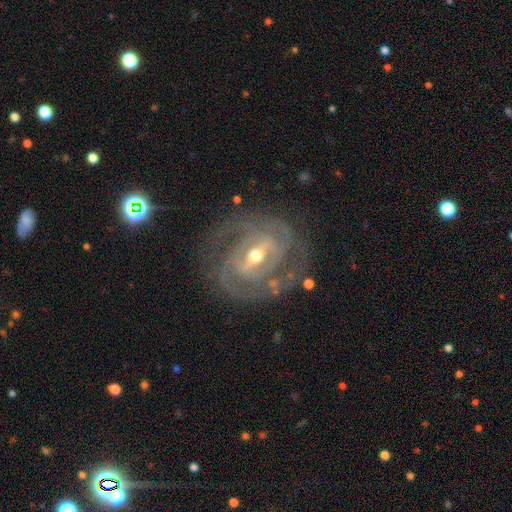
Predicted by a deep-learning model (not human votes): Smooth or featured?
  - featured or disk: 90% *
  - smooth: 5%
  - star or artifact: 5%
Edge-on disk?
  - no: 96% *
  - yes: 4%
Bar?
  - strong: 56% *
  - weak: 33%
  - no: 10%
Spiral arms?
  - yes: 95% *
  - no: 5%
Spiral winding?
  - tight: 62% *
  - medium: 32%
  - loose: 6%
Spiral arm count?
  - 2: 48% *
  - 3: 23%
  - can't tell: 16%
  - 4: 6%
  - 1: 4%
  - more than 4: 4%
Bulge size?
  - moderate: 57% *
  - small: 39%
  - large: 2%
  - none: 1%
  - dominant: 1%
Merging?
  - none: 74% *
  - minor disturbance: 16%
  - major disturbance: 8%
  - merger: 2%